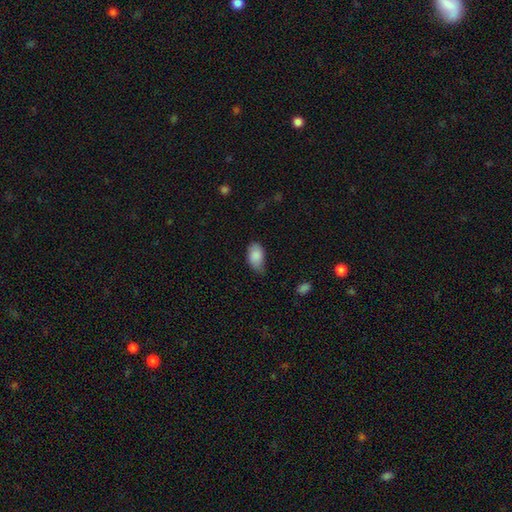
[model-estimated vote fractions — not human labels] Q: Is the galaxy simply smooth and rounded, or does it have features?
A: smooth — 87%.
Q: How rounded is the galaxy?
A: in between — 92%.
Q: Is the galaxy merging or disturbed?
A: none — 54%.